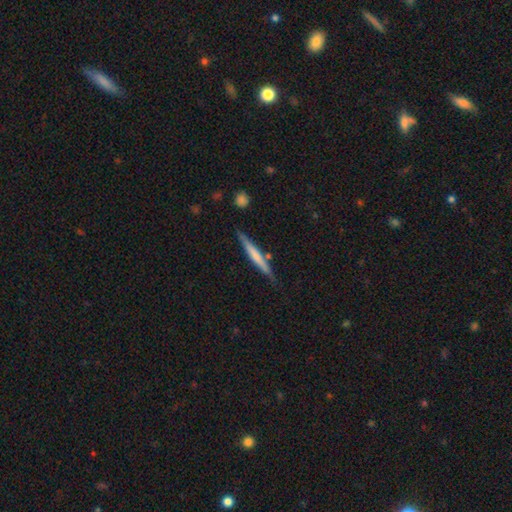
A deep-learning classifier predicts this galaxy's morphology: A smooth galaxy with no disk features (50%). Merging: none (81%).